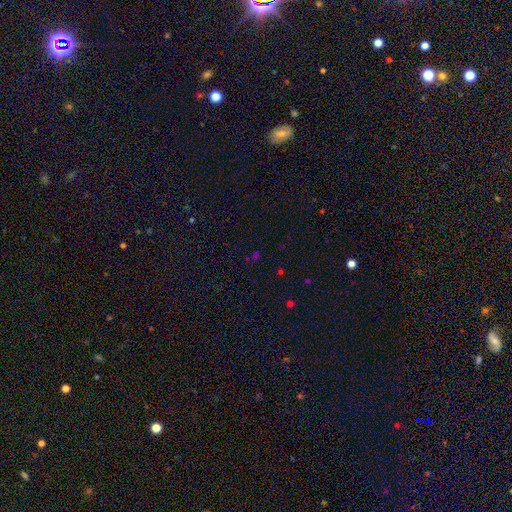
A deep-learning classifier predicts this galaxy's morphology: smooth_or_featured: star or artifact (p=0.58) [alt: smooth p=0.35]